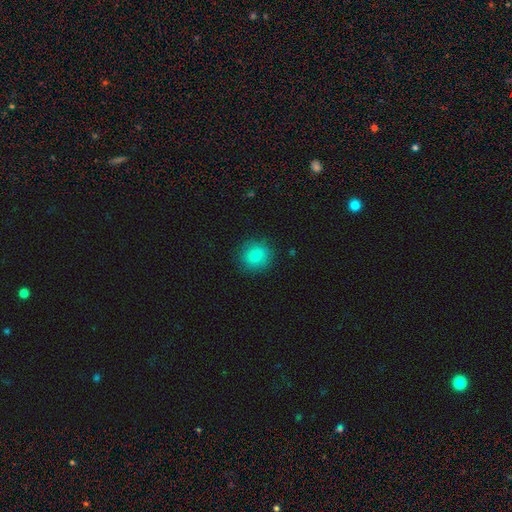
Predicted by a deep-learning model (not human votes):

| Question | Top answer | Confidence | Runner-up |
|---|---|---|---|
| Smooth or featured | smooth | 85% | star or artifact (9%) |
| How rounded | round | 86% | in between (13%) |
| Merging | none | 86% | minor disturbance (10%) |